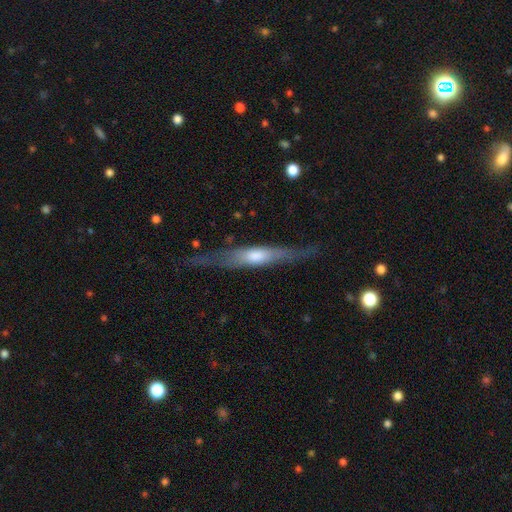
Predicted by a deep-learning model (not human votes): Overall: featured or disk (61%; smooth 33%). Edge-on disk: yes (86%). Edge-on bulge: rounded (67%). Merging: none (74%).